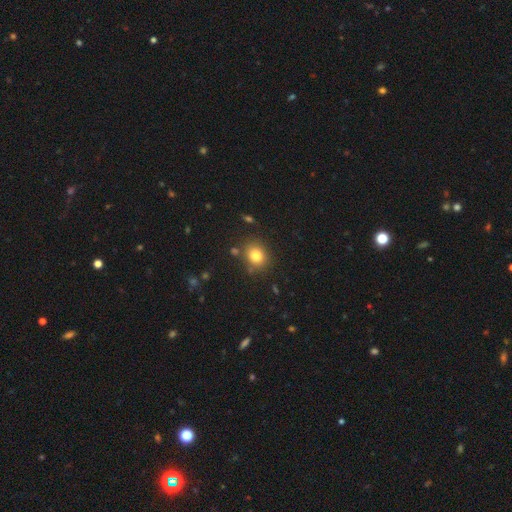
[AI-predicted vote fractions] smooth 80%, star or artifact 12%, featured or disk 8%. Down the decision tree: how rounded — round (66%); merging — none (81%).